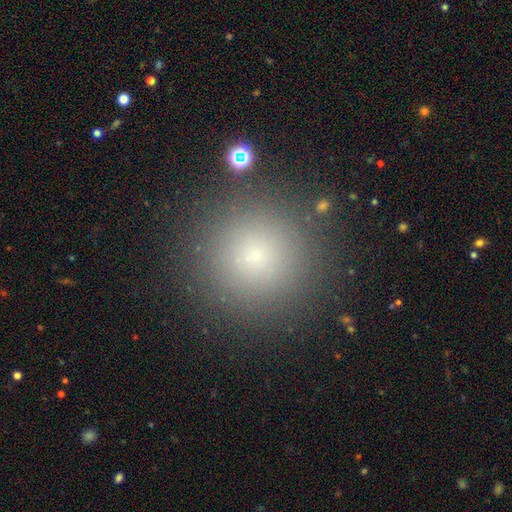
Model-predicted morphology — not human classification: smooth-or-featured: smooth: 71% | star or artifact: 20% | featured or disk: 9%
  how-rounded: round: 96% | in between: 3% | cigar-shaped: 1%
  merging: none: 89% | minor disturbance: 6% | major disturbance: 3% | merger: 2%